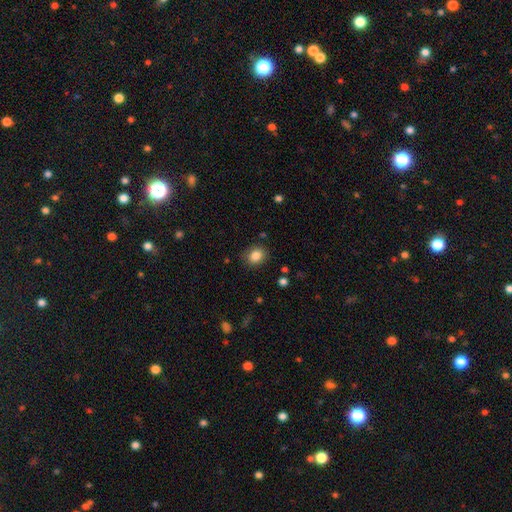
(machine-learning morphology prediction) Smooth or featured? smooth (84%)
How rounded? round (64%)
Merging? none (84%)